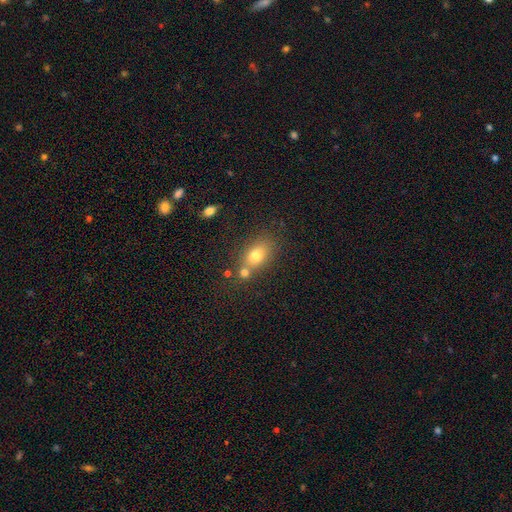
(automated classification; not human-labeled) This appears to be a smooth galaxy with no disk features (74%) that is in between round and cigar-shaped (71%). Merging: none (55%).